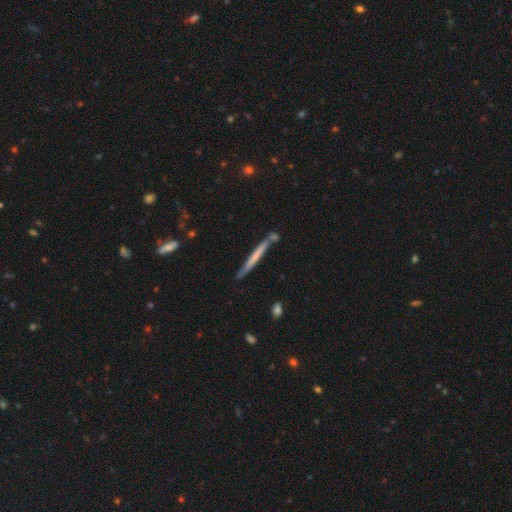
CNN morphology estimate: smooth-or-featured: smooth: 50% | featured or disk: 44% | star or artifact: 6%
  how-rounded: cigar-shaped: 97% | in between: 2% | round: 1%
  merging: none: 75% | minor disturbance: 13% | merger: 9% | major disturbance: 3%